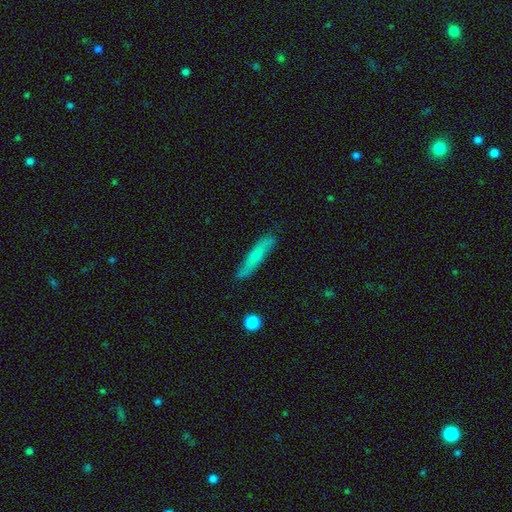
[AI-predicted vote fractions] This is likely a smooth galaxy (65%). How rounded: clearly cigar-shaped (90%). Merging: clearly none (81%).